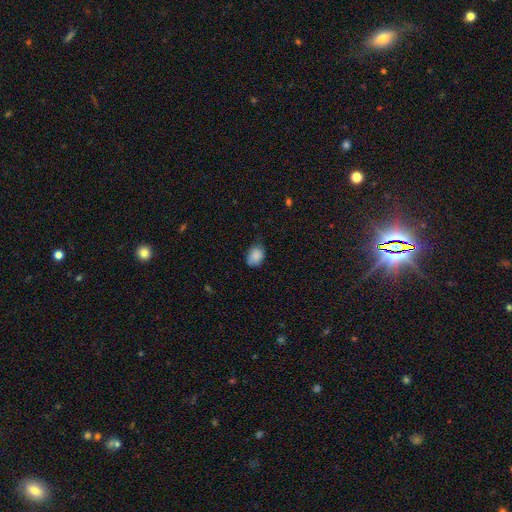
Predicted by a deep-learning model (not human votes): A smooth galaxy with no disk features (86%) that is in between round and cigar-shaped (64%). Merging: none (64%).